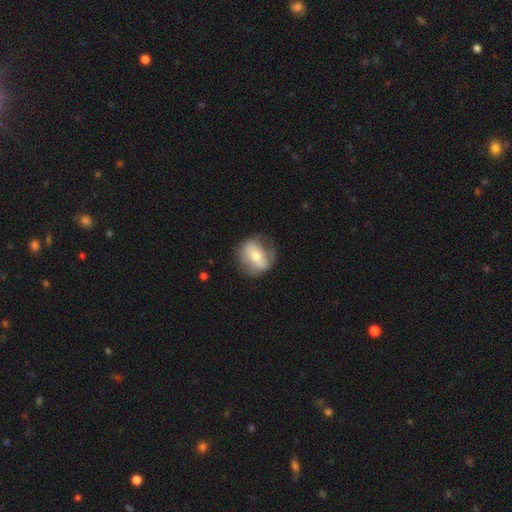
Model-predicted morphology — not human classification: Overall: featured or disk (50%; smooth 43%). Merging: none (65%).